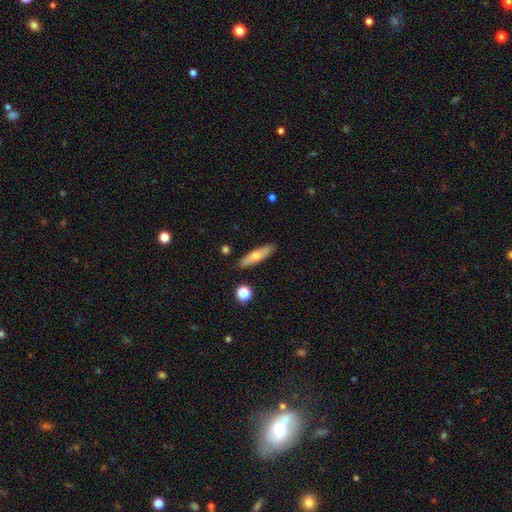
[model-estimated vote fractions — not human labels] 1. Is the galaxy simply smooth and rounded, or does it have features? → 61% smooth, 32% featured or disk, 7% star or artifact.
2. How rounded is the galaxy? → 71% cigar-shaped, 27% in between, 3% round.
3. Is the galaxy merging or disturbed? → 88% none, 8% minor disturbance, 2% merger, 2% major disturbance.